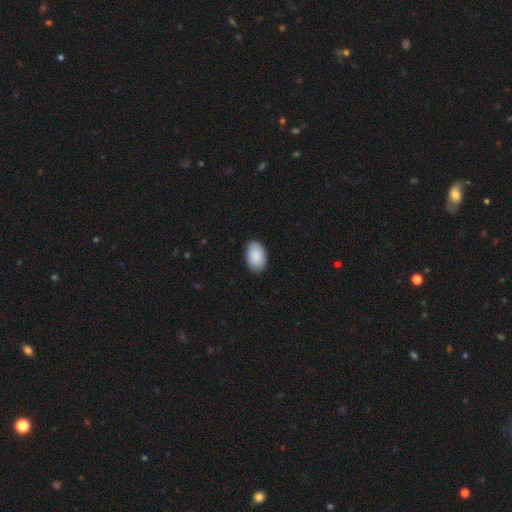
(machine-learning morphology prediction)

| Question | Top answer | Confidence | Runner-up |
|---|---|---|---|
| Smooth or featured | smooth | 91% | star or artifact (6%) |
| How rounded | in between | 92% | round (7%) |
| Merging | none | 87% | minor disturbance (10%) |